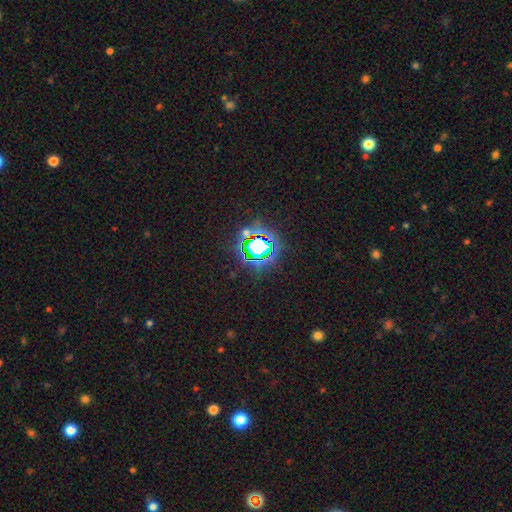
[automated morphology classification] type=star or artifact (81%).